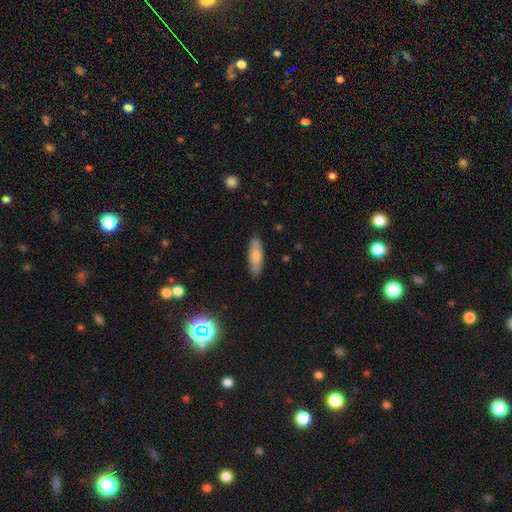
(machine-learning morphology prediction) smooth 76%, featured or disk 18%, star or artifact 6%. Down the decision tree: how rounded — in between (58%); merging — none (86%).